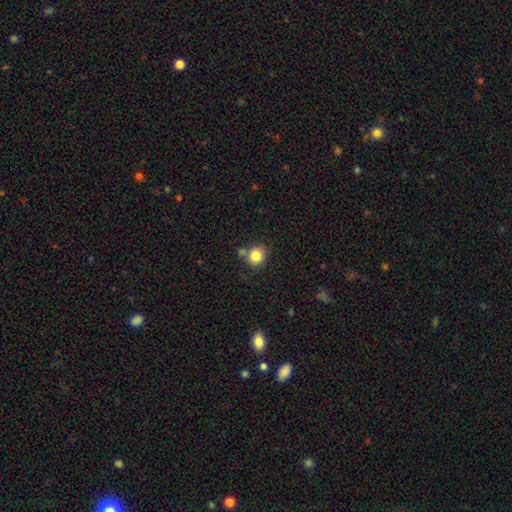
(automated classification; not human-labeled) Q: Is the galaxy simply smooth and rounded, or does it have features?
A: smooth — 83%.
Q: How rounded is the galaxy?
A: round — 80%.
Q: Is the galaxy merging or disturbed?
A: none — 69%.